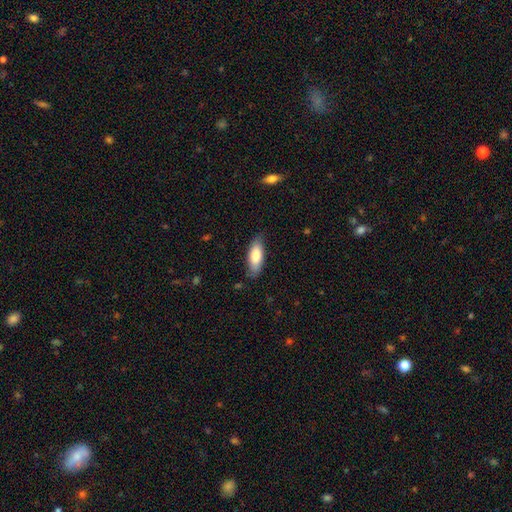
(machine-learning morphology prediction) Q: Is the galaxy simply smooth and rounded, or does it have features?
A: smooth — 76%.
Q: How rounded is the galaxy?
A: in between — 76%.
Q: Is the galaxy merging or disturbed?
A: none — 77%.